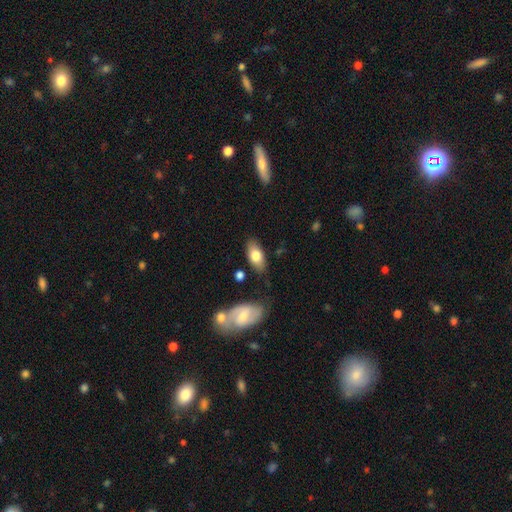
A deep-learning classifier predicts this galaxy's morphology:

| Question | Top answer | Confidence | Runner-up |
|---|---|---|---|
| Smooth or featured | smooth | 75% | featured or disk (19%) |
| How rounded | in between | 90% | cigar-shaped (7%) |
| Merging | none | 78% | minor disturbance (15%) |